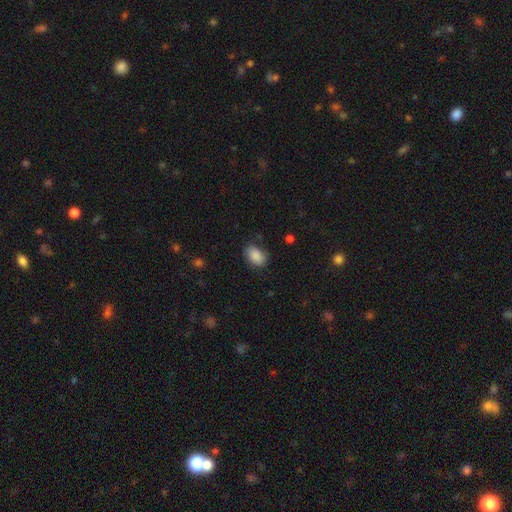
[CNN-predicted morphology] type=smooth (86%); roundness=in between (85%); merging=none (75%).